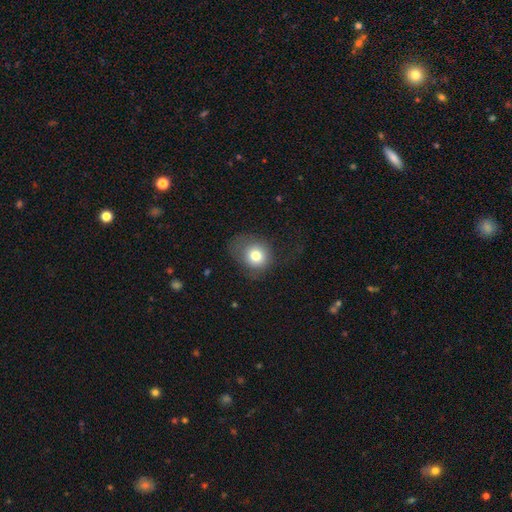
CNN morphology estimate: Overall: smooth (77%). How rounded: round (71%). Merging: none (51%; minor disturbance 26%).